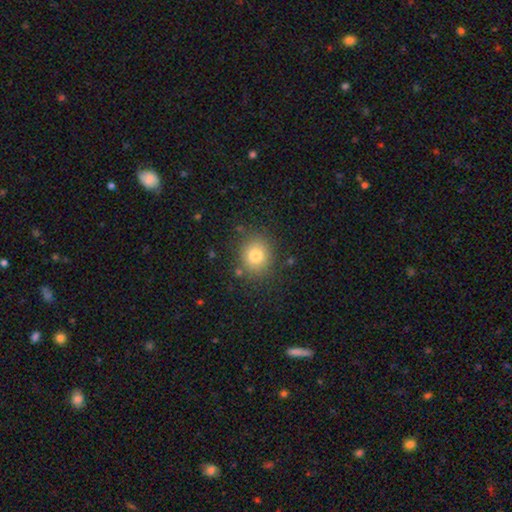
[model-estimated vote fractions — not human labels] smooth 78%, star or artifact 12%, featured or disk 10%. Down the decision tree: how rounded — round (76%); merging — none (83%).